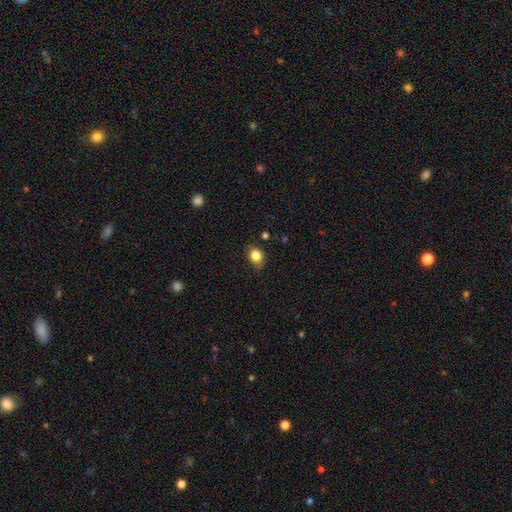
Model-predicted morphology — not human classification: Smooth or featured?
  - smooth: 84% *
  - star or artifact: 10%
  - featured or disk: 6%
How rounded?
  - in between: 56% *
  - round: 43%
  - cigar-shaped: 1%
Merging?
  - none: 80% *
  - minor disturbance: 15%
  - major disturbance: 3%
  - merger: 1%